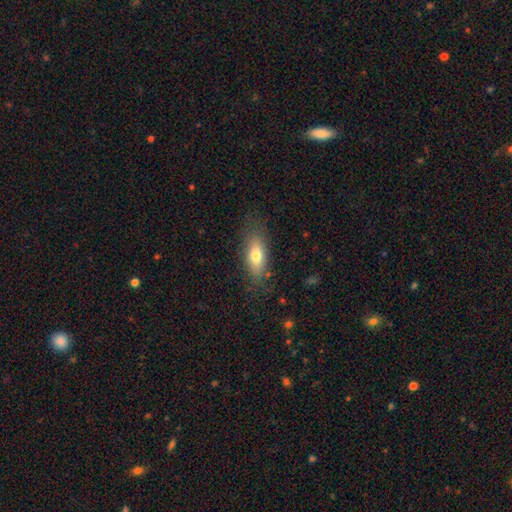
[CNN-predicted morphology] A smooth galaxy with no disk features (72%) that is in between round and cigar-shaped (76%). Merging: none (79%).